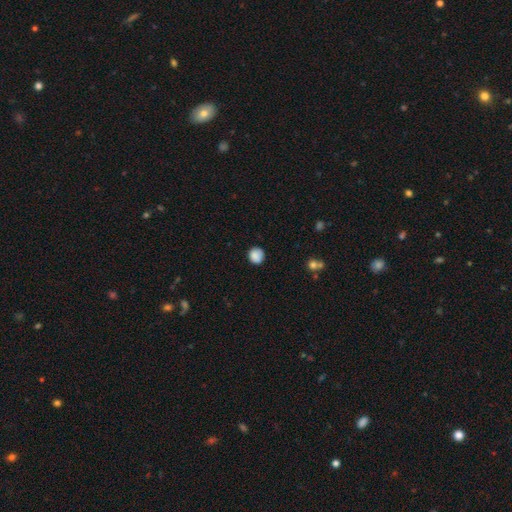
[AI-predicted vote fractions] Morphology: type=smooth (87%); roundness=round (90%); merging=none (85%).